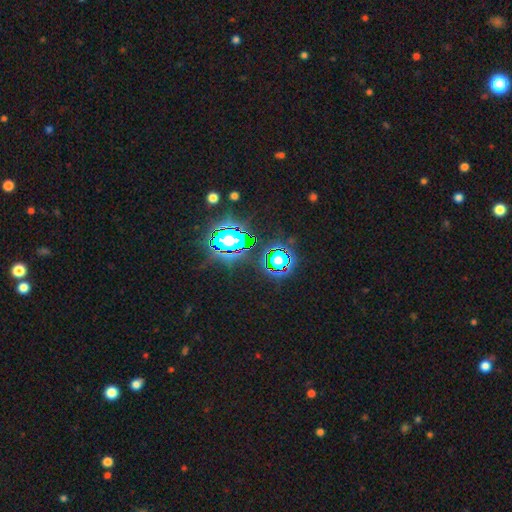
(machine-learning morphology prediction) The model was most divided on "smooth or featured": star or artifact: 83%, smooth: 10%, featured or disk: 7%.